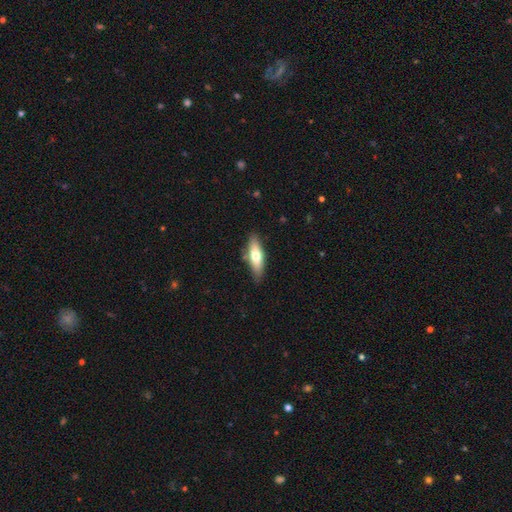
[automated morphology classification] Q: Smooth or featured?
A: smooth (60%); runner-up: featured or disk (35%)
Q: How rounded?
A: in between (52%); runner-up: cigar-shaped (46%)
Q: Merging?
A: none (82%); runner-up: minor disturbance (13%)